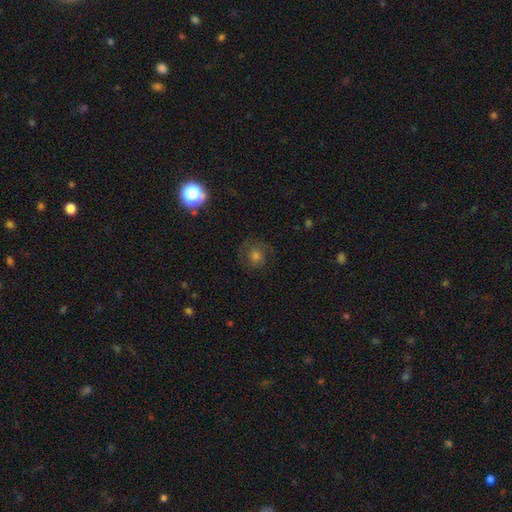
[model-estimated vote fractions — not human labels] Smooth or featured? smooth (41%)
Merging? none (75%)